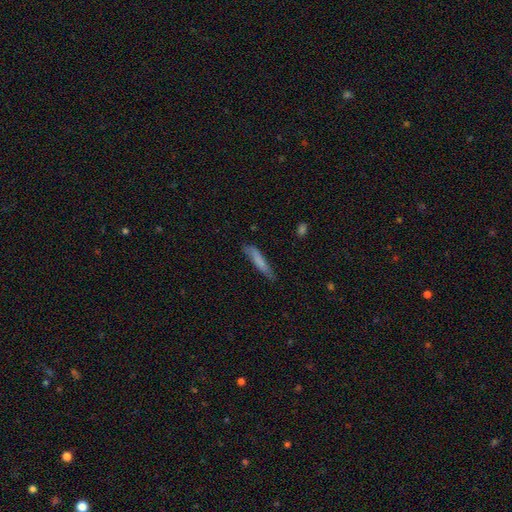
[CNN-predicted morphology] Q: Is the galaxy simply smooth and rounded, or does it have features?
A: smooth — 68%.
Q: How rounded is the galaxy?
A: cigar-shaped — 89%.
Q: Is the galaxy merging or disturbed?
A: none — 75%.